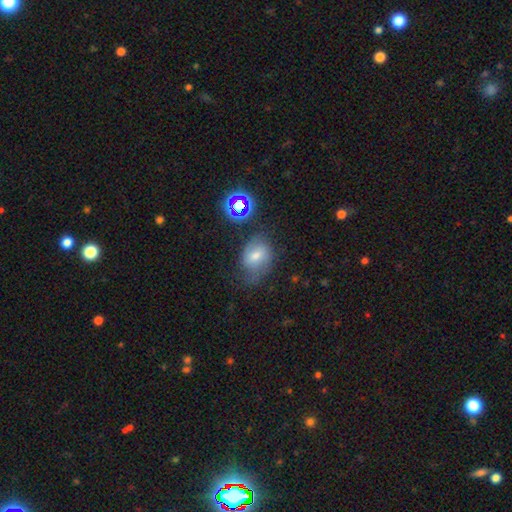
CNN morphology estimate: This is possibly a smooth galaxy (50%). Merging: possibly none (49%).